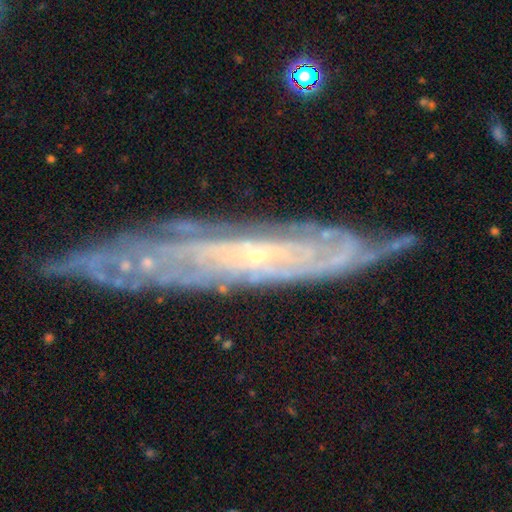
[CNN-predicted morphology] Q: Smooth or featured?
A: featured or disk (85%); runner-up: star or artifact (8%)
Q: Edge-on disk?
A: no (66%); runner-up: yes (34%)
Q: Bar?
A: no (58%); runner-up: weak (29%)
Q: Spiral arms?
A: yes (96%); runner-up: no (4%)
Q: Spiral winding?
A: tight (75%); runner-up: medium (20%)
Q: Spiral arm count?
A: can't tell (45%); runner-up: 2 (18%)
Q: Bulge size?
A: small (83%); runner-up: moderate (13%)
Q: Merging?
A: none (79%); runner-up: minor disturbance (16%)